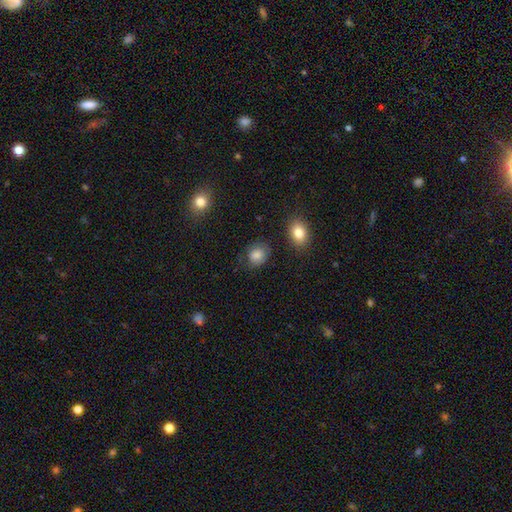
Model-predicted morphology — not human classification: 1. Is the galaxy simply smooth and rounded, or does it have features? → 84% smooth, 9% star or artifact, 7% featured or disk.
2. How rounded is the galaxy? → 57% round, 42% in between, 1% cigar-shaped.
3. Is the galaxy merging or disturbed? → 73% none, 19% minor disturbance, 6% major disturbance, 3% merger.